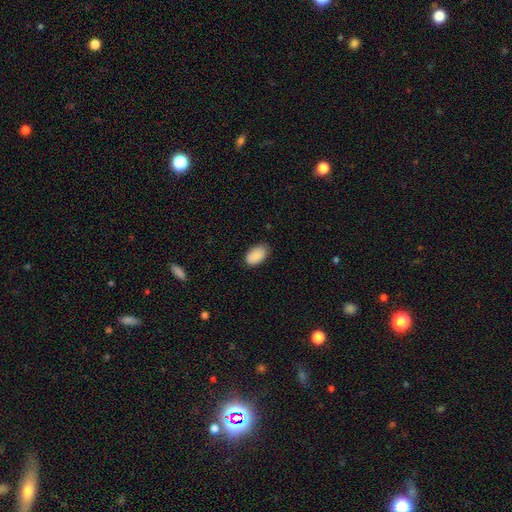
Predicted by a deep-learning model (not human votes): Smooth or featured? Predicted: smooth (p=0.89). How rounded? Predicted: in between (p=0.94). Merging? Predicted: none (p=0.79).